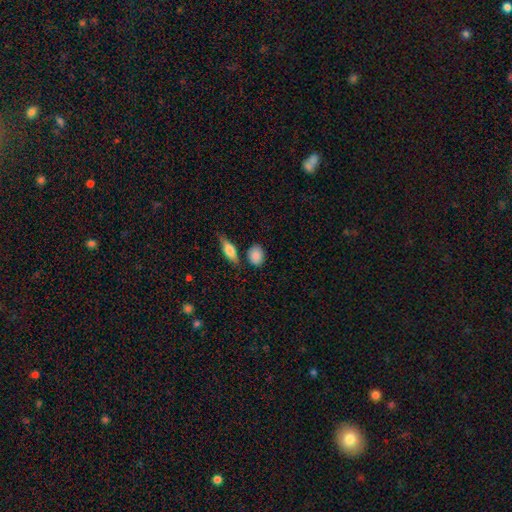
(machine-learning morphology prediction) Q: Smooth or featured?
A: smooth (86%); runner-up: featured or disk (7%)
Q: How rounded?
A: in between (61%); runner-up: round (36%)
Q: Merging?
A: none (74%); runner-up: minor disturbance (14%)